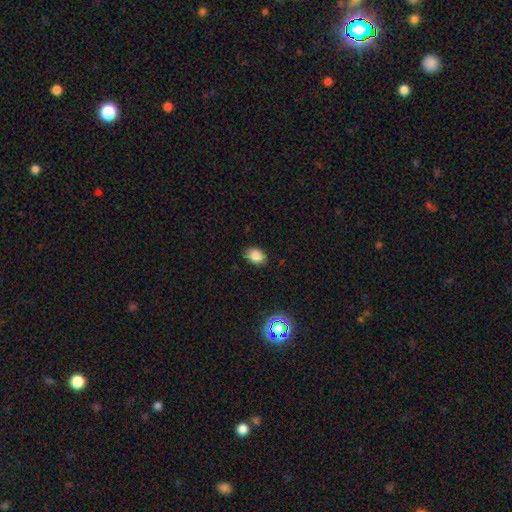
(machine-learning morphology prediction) A smooth galaxy with no disk features (85%) that is in between round and cigar-shaped (77%). Merging: none (86%).